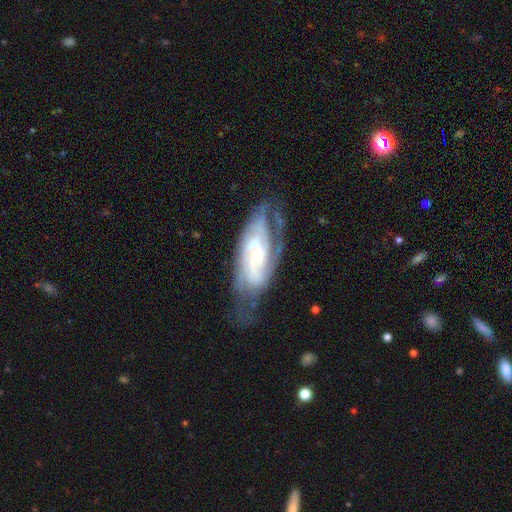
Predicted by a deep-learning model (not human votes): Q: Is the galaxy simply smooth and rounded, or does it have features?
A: featured or disk — 85%.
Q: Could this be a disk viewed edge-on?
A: no — 93%.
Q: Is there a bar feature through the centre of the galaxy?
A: no — 46%.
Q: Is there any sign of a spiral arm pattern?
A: yes — 96%.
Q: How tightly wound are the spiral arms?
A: tight — 54%.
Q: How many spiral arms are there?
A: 2 — 39%.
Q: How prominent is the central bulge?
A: small — 62%.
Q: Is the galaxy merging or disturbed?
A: none — 61%.